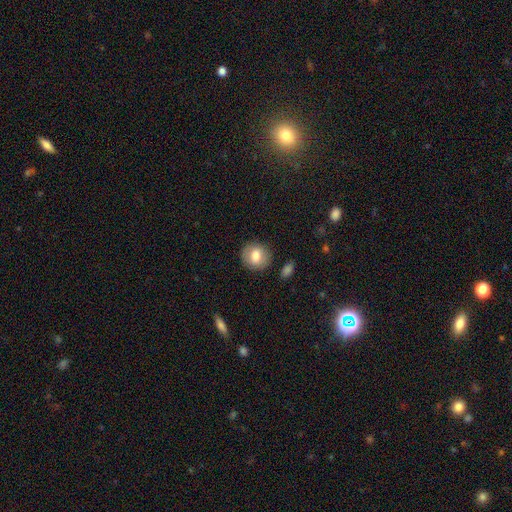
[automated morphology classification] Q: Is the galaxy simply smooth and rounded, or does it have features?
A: smooth — 76%.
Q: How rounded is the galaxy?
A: round — 80%.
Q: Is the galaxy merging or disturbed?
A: none — 86%.